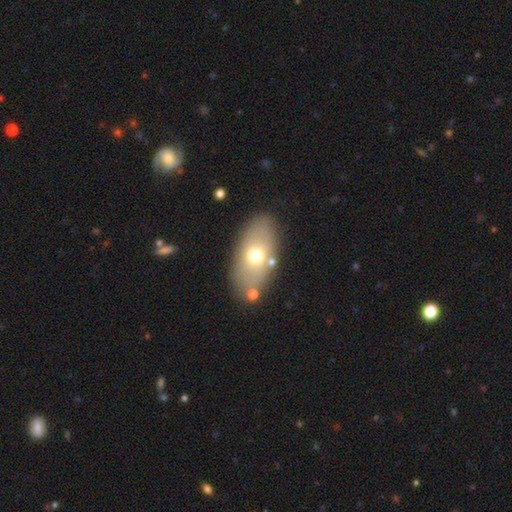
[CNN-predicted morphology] Smooth or featured? Predicted: smooth (p=0.64). How rounded? Predicted: in between (p=0.91). Merging? Predicted: none (p=0.80).